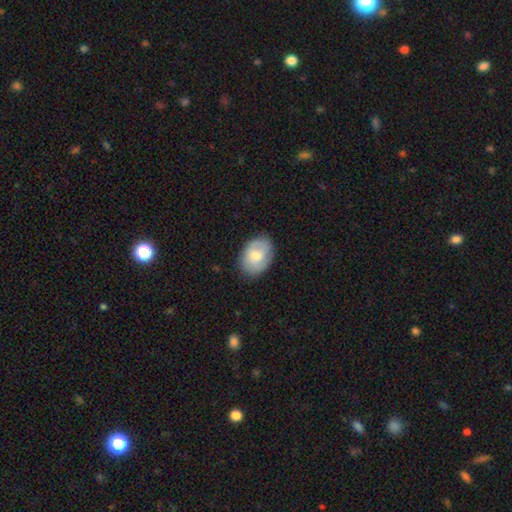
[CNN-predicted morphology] This appears to be a smooth galaxy with no disk features (59%) that is in between round and cigar-shaped (75%). Merging: none (79%).